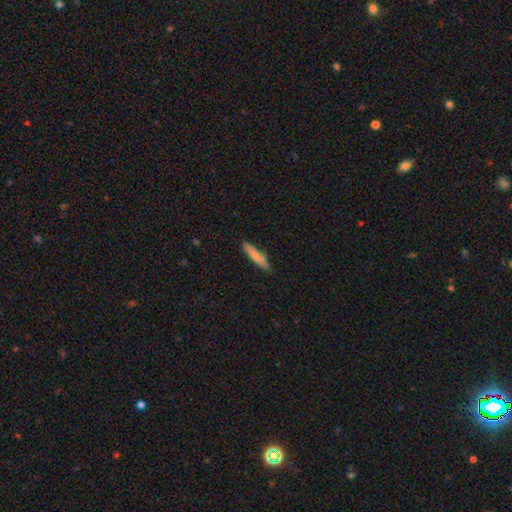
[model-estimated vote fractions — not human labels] smooth_or_featured: smooth (p=0.77) [alt: featured or disk p=0.17]
how_rounded: cigar-shaped (p=0.83) [alt: in between p=0.16]
merging: none (p=0.80) [alt: minor disturbance p=0.16]